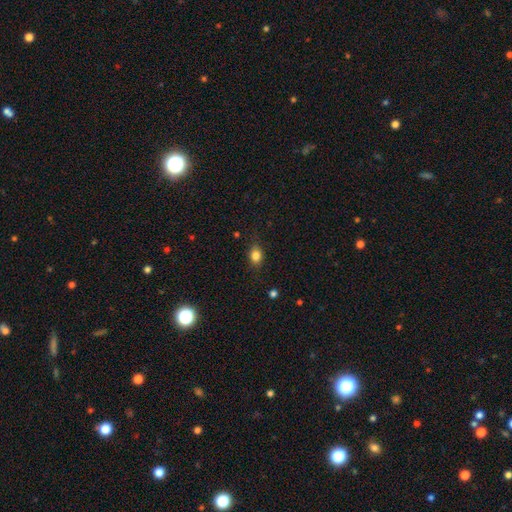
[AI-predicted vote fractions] Smooth or featured? Predicted: smooth (p=0.83). How rounded? Predicted: in between (p=0.54). Merging? Predicted: none (p=0.81).